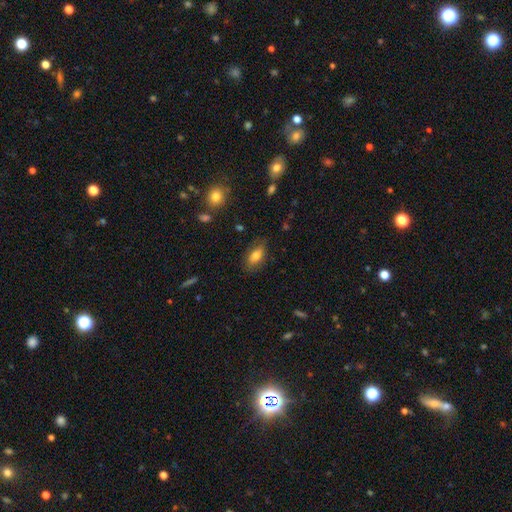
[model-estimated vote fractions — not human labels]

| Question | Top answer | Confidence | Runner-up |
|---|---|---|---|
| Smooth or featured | smooth | 77% | featured or disk (15%) |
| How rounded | in between | 86% | cigar-shaped (9%) |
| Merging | none | 76% | minor disturbance (18%) |